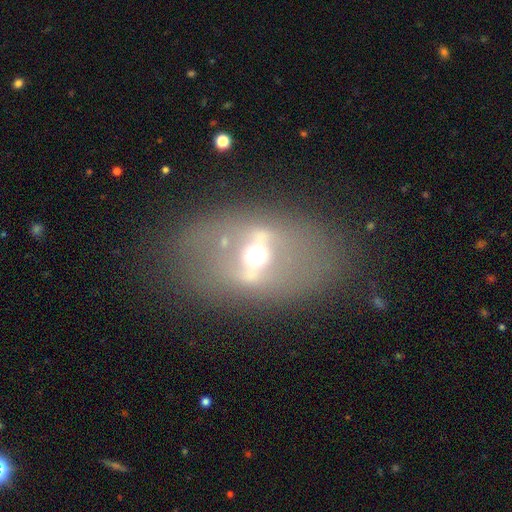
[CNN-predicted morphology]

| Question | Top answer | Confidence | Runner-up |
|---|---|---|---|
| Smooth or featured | featured or disk | 73% | smooth (17%) |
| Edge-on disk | no | 74% | yes (26%) |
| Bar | strong | 73% | weak (18%) |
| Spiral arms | no | 82% | yes (18%) |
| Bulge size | moderate | 67% | small (17%) |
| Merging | none | 71% | minor disturbance (14%) |